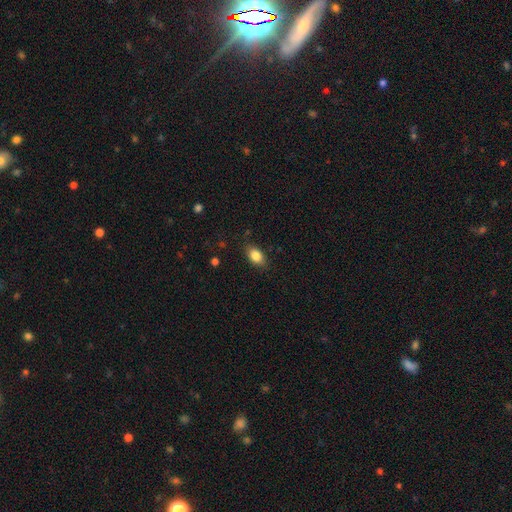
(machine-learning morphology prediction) smooth_or_featured: smooth (p=0.85) [alt: star or artifact p=0.08]
how_rounded: in between (p=0.86) [alt: round p=0.12]
merging: none (p=0.84) [alt: minor disturbance p=0.12]